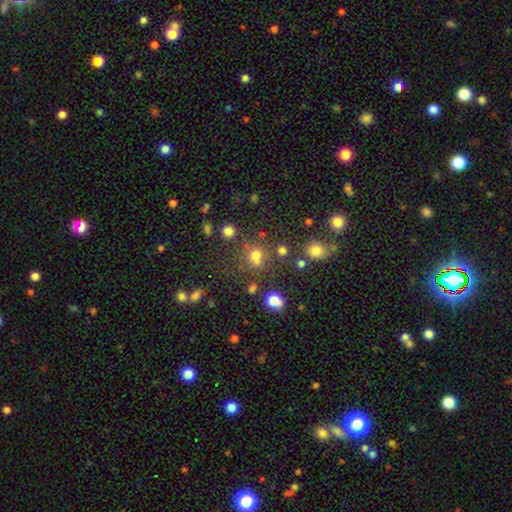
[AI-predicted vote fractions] This is likely a smooth galaxy (68%). How rounded: likely round (78%). Merging: possibly none (59%).